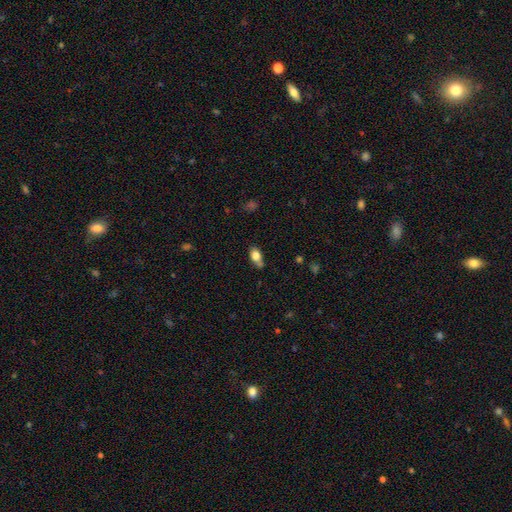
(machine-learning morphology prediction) smooth 79%, featured or disk 13%, star or artifact 9%. Down the decision tree: how rounded — in between (83%); merging — none (57%).